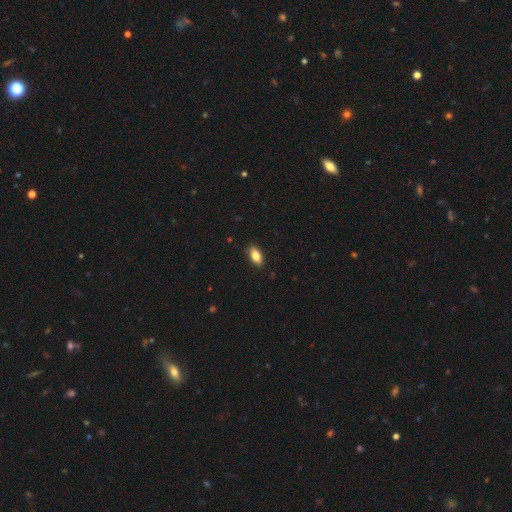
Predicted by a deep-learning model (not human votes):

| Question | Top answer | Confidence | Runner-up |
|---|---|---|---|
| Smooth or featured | smooth | 85% | featured or disk (8%) |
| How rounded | in between | 90% | cigar-shaped (6%) |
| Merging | none | 87% | minor disturbance (10%) |